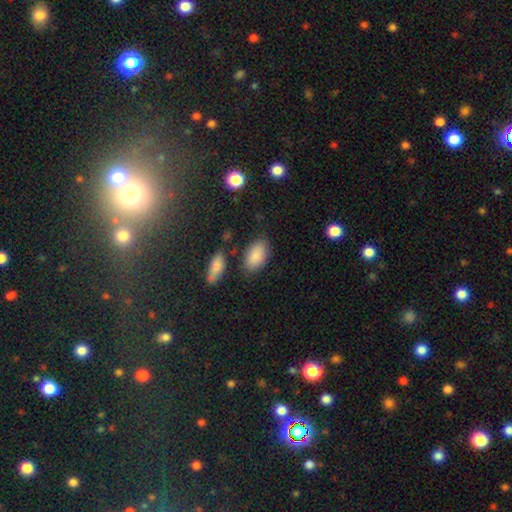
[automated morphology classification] smooth_or_featured: smooth (p=0.87) [alt: star or artifact p=0.07]
how_rounded: in between (p=0.92) [alt: round p=0.05]
merging: none (p=0.76) [alt: minor disturbance p=0.14]